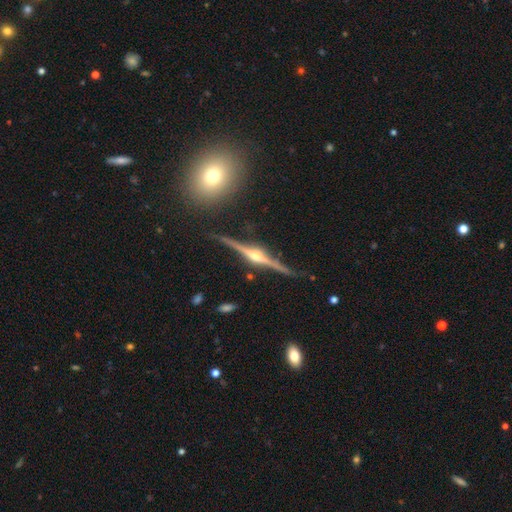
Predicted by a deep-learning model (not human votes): Overall: featured or disk (89%). Edge-on disk: yes (98%). Edge-on bulge: rounded (94%). Merging: none (89%).